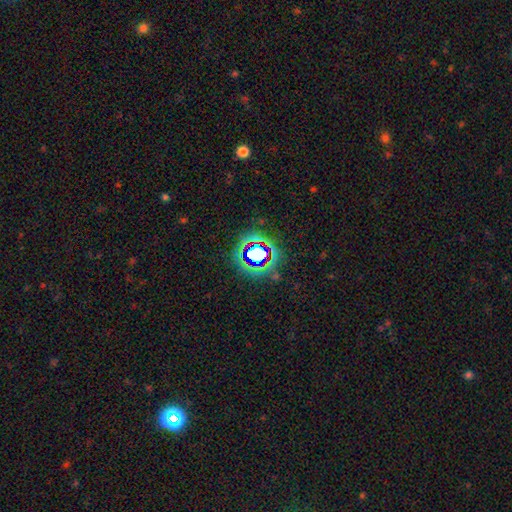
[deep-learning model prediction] Smooth or featured: star or artifact — 69% (smooth — 21%)